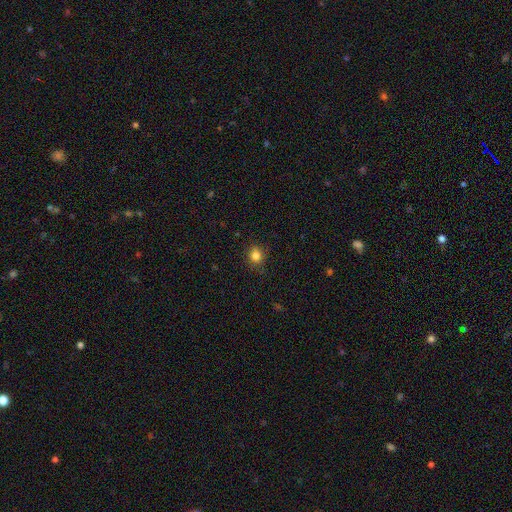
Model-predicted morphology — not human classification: This is clearly a smooth galaxy (82%). How rounded: likely round (77%). Merging: clearly none (82%).